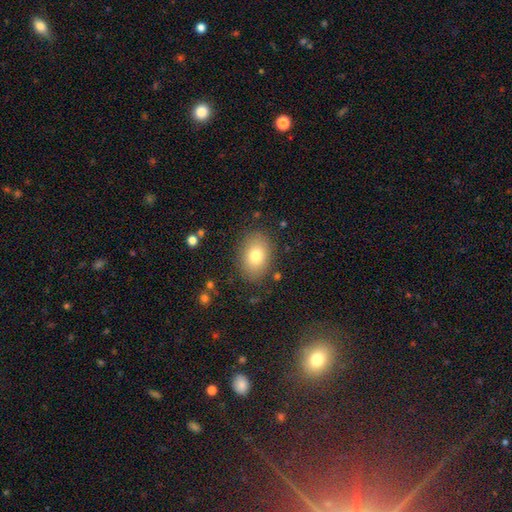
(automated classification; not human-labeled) Smooth or featured?
  - smooth: 78% *
  - featured or disk: 13%
  - star or artifact: 10%
How rounded?
  - in between: 73% *
  - round: 26%
  - cigar-shaped: 1%
Merging?
  - none: 84% *
  - minor disturbance: 11%
  - major disturbance: 4%
  - merger: 1%